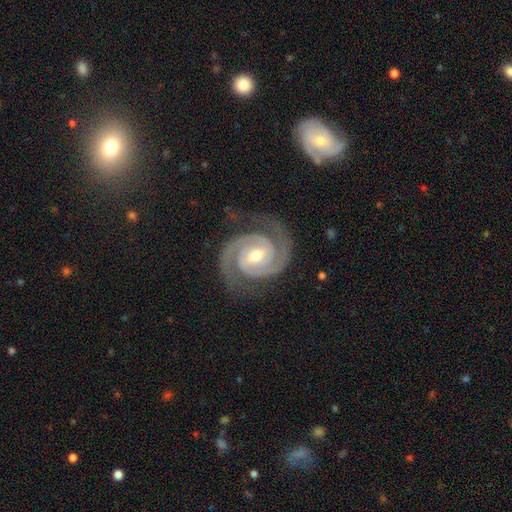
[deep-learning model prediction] A featured or disk galaxy (94%) with a weak bar (45%), 2 (93%) tight (68%) spiral arms (99%) and a moderate central bulge (64%). Merging: none (83%).